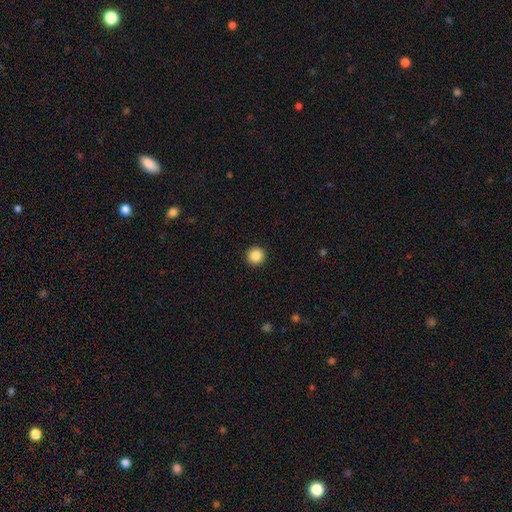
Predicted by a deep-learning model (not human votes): Q: Smooth or featured?
A: smooth (87%); runner-up: star or artifact (10%)
Q: How rounded?
A: round (94%); runner-up: in between (5%)
Q: Merging?
A: none (93%); runner-up: minor disturbance (4%)